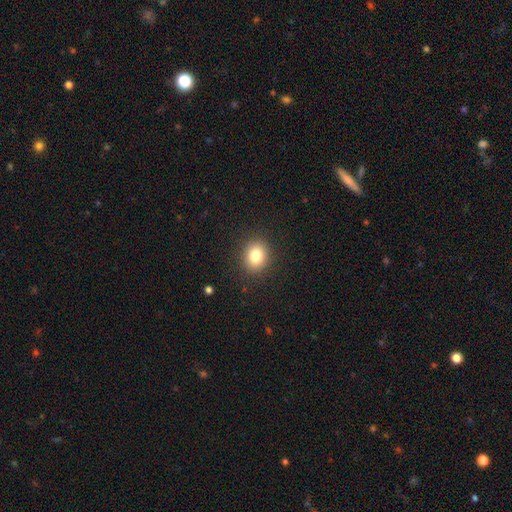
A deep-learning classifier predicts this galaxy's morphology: Smooth or featured? smooth (82%)
How rounded? round (64%)
Merging? none (89%)